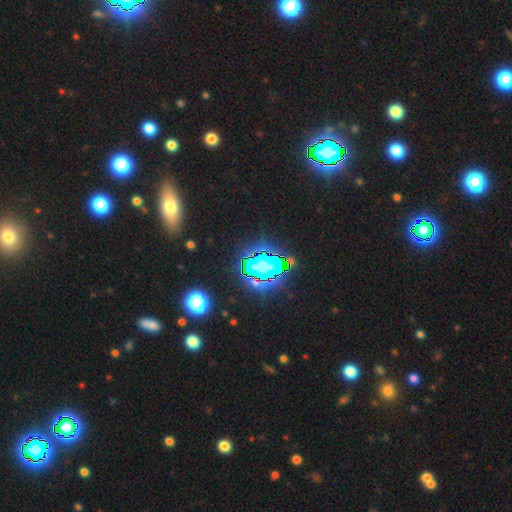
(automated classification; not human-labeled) Smooth or featured: star or artifact — 71% (smooth — 17%)